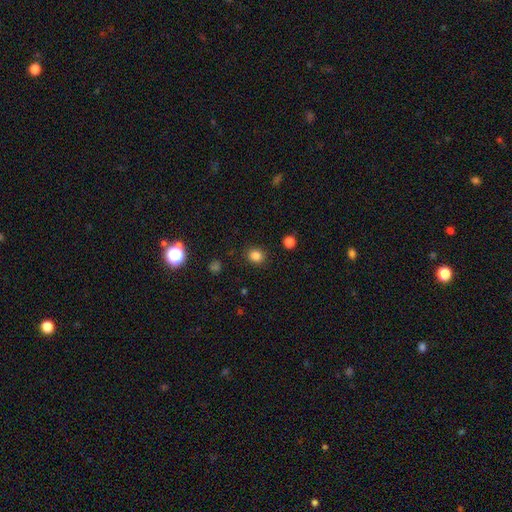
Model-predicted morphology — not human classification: A smooth galaxy with no disk features (84%) that is round (79%).

Vote fractions:
- Smooth or featured? smooth: 84% / star or artifact: 12% / featured or disk: 4%
- How rounded? round: 79% / in between: 20% / cigar-shaped: 1%
- Merging? none: 89% / minor disturbance: 7% / major disturbance: 3% / merger: 2%